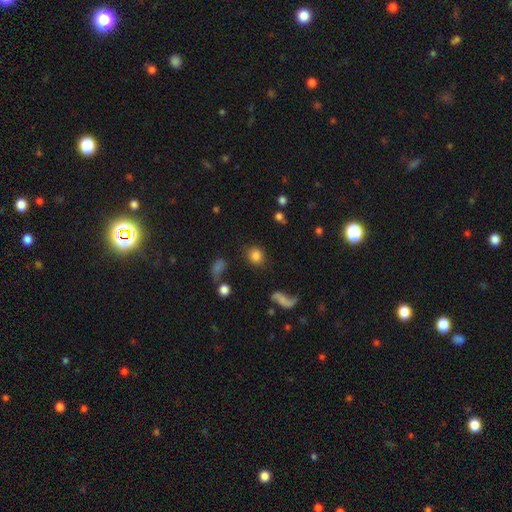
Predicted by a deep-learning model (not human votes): A smooth galaxy with no disk features (81%) that is round (76%). Merging: none (79%).